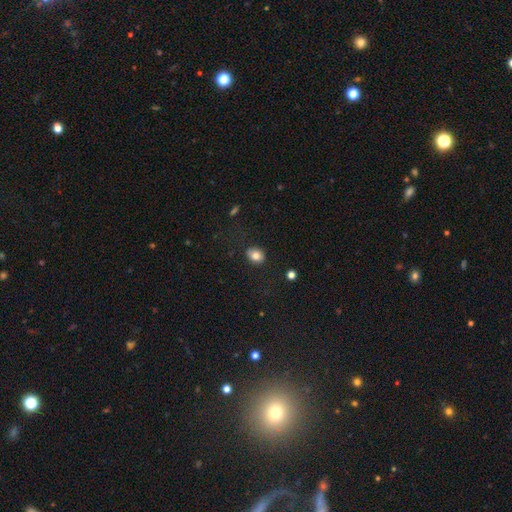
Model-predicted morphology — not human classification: This is clearly a smooth galaxy (80%). How rounded: possibly round (50%). Merging: clearly none (82%).